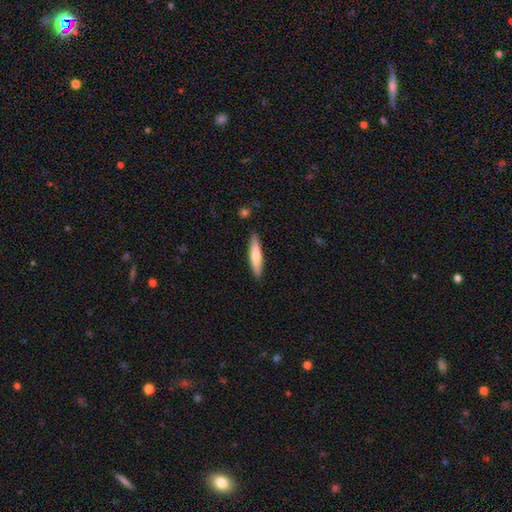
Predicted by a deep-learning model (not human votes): Morphology: type=smooth (71%); roundness=cigar-shaped (85%); merging=none (89%).